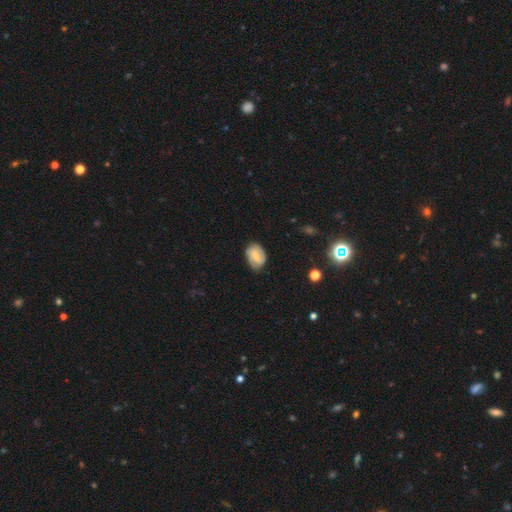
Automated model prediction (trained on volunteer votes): Smooth or featured? Predicted: smooth (p=0.49). Merging? Predicted: none (p=0.75).